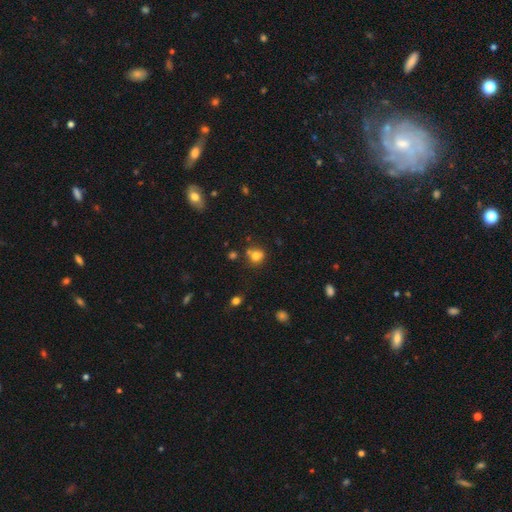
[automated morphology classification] Smooth or featured? Predicted: smooth (p=0.75). How rounded? Predicted: round (p=0.79). Merging? Predicted: none (p=0.58).